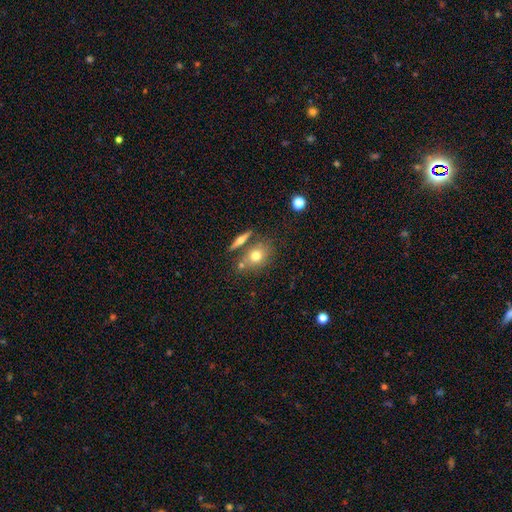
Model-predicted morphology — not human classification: smooth_or_featured: smooth (p=0.70) [alt: featured or disk p=0.20]
how_rounded: in between (p=0.49) [alt: round p=0.46]
merging: none (p=0.62) [alt: merger p=0.21]